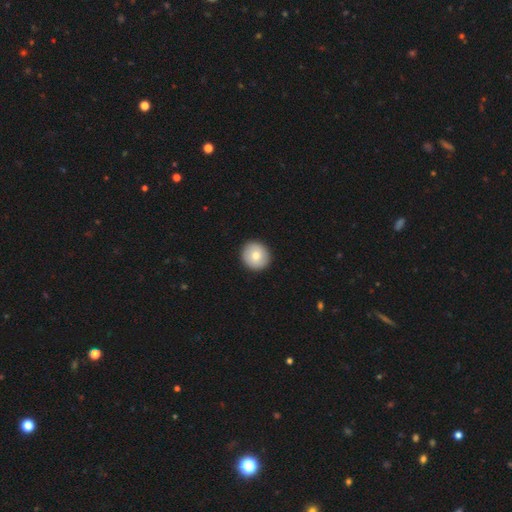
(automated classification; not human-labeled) A smooth galaxy with no disk features (77%) that is round (92%). Merging: none (93%).